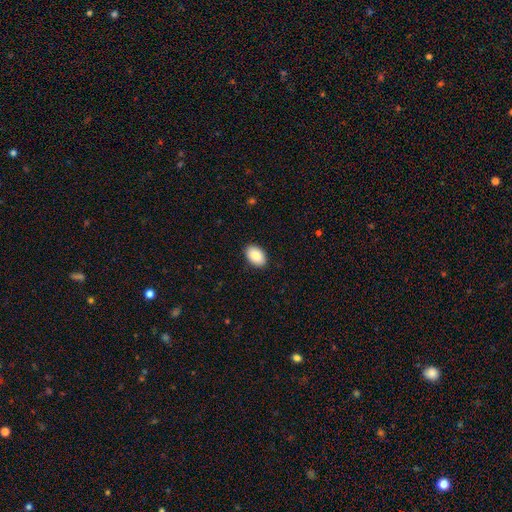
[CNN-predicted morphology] Smooth or featured? smooth (89%)
How rounded? in between (92%)
Merging? none (90%)